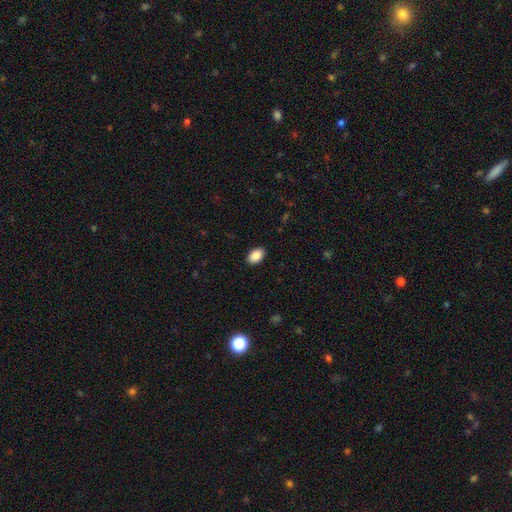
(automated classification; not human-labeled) Smooth or featured? smooth (89%)
How rounded? in between (91%)
Merging? none (90%)